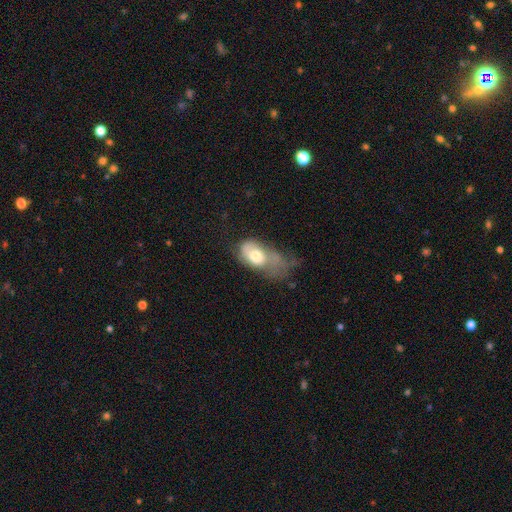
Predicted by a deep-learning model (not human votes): This is likely a smooth galaxy (62%). How rounded: clearly in between (85%). Merging: possibly major disturbance (52%).